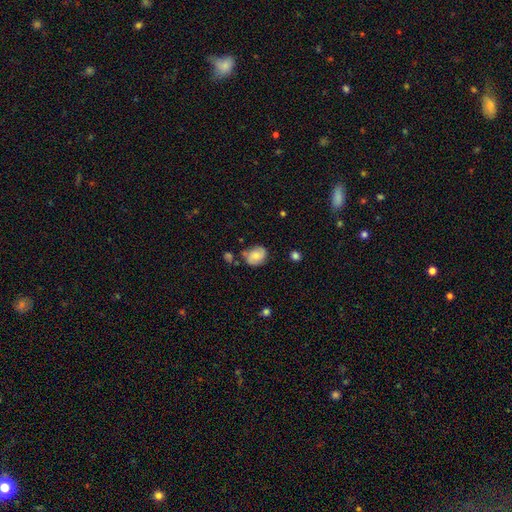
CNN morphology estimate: type=smooth (63%); roundness=round (50%); merging=none (64%).